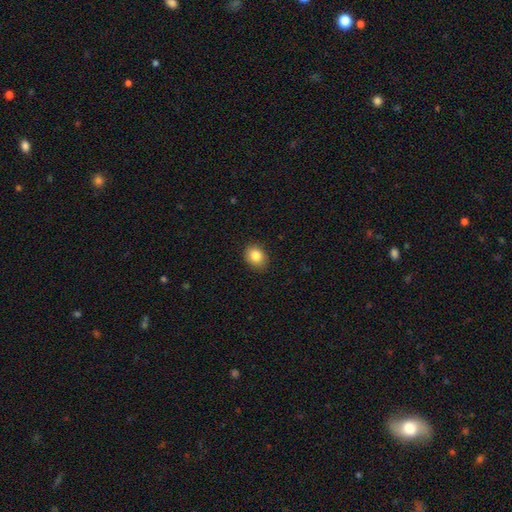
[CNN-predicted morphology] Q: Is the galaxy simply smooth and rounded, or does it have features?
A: smooth — 85%.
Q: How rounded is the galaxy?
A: in between — 56%.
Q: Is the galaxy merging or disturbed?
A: none — 87%.